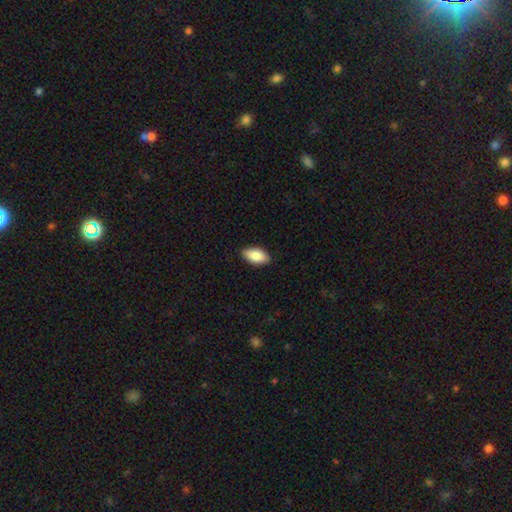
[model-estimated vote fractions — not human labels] Smooth or featured?
  - smooth: 87% *
  - featured or disk: 7%
  - star or artifact: 6%
How rounded?
  - in between: 93% *
  - cigar-shaped: 5%
  - round: 3%
Merging?
  - none: 88% *
  - minor disturbance: 9%
  - major disturbance: 2%
  - merger: 1%